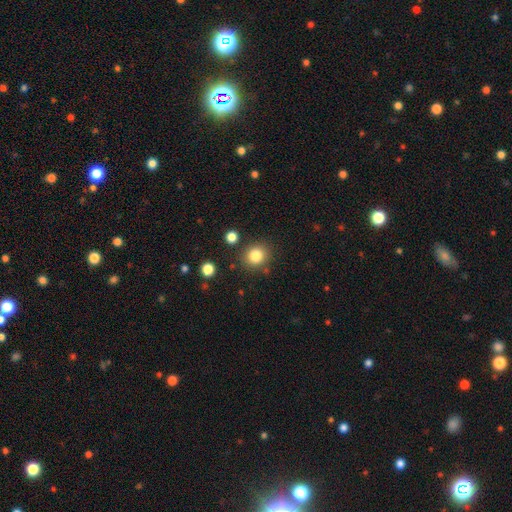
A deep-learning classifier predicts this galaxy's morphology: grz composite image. It shows a smooth galaxy with no disk features (83%) that is round (81%). Merging: none (84%).